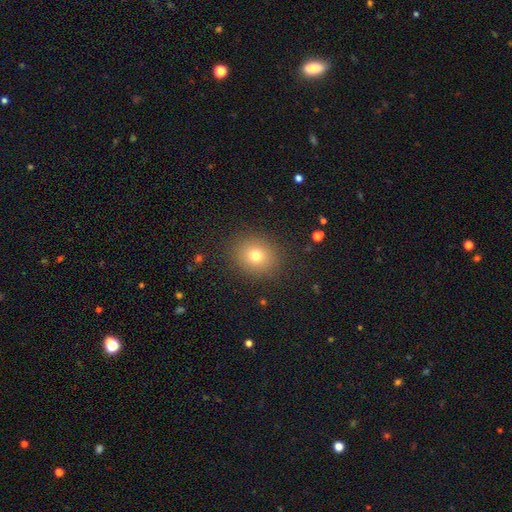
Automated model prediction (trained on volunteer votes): Morphology: type=smooth (74%); roundness=round (76%); merging=none (88%).